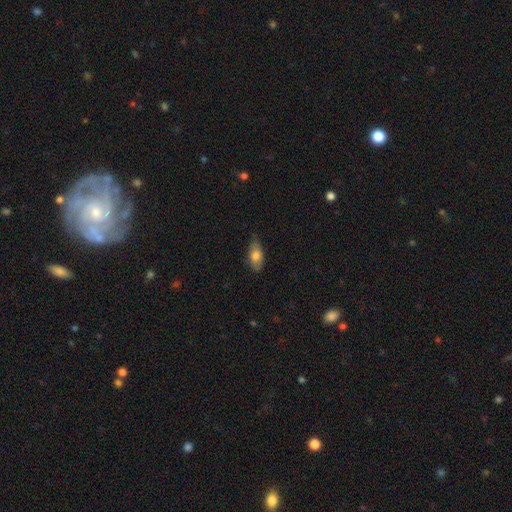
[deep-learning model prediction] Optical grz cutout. It shows a smooth galaxy with no disk features (74%) that is in between round and cigar-shaped (89%). Merging: none (76%).